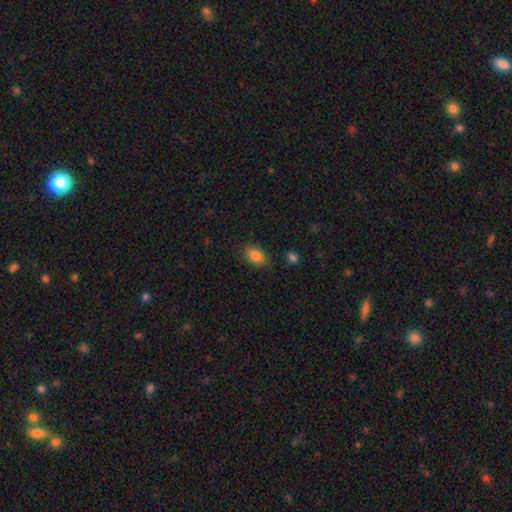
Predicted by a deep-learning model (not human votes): This appears to be a smooth galaxy with no disk features (85%) that is in between round and cigar-shaped (88%). Merging: none (83%).